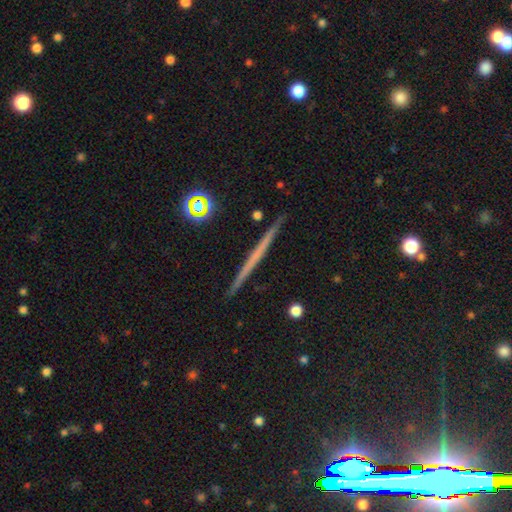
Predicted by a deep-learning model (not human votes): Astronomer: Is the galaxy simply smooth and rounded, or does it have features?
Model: featured or disk — 56% (runner-up: smooth, 33%).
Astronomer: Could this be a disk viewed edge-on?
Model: yes — 98%.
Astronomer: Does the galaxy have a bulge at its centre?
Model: none — 90%.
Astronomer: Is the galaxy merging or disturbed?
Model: none — 93%.